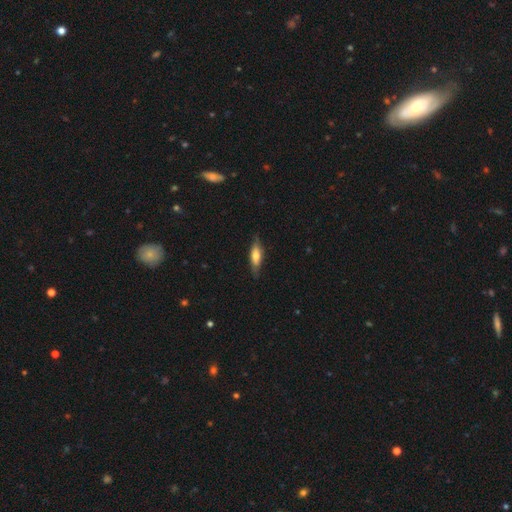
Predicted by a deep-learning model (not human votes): A smooth galaxy with no disk features (58%) that is in between round and cigar-shaped (52%).

Vote fractions:
- Smooth or featured? smooth: 58% / featured or disk: 35% / star or artifact: 6%
- How rounded? in between: 52% / cigar-shaped: 46% / round: 2%
- Merging? none: 75% / minor disturbance: 19% / major disturbance: 4% / merger: 1%